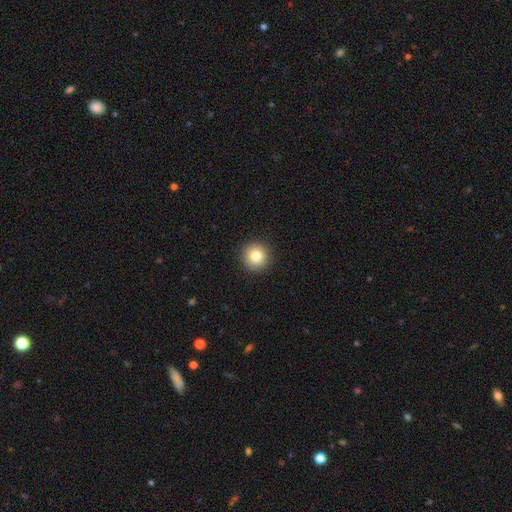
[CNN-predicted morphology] smooth-or-featured: smooth: 82% | star or artifact: 10% | featured or disk: 8%
  how-rounded: round: 95% | in between: 4% | cigar-shaped: 1%
  merging: none: 92% | minor disturbance: 5% | major disturbance: 2% | merger: 1%